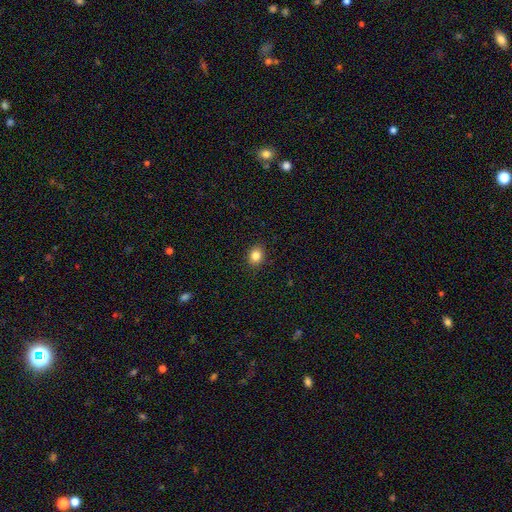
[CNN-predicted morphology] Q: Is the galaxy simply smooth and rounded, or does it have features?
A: smooth — 84%.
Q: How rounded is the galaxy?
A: round — 58%.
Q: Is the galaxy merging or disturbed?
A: none — 89%.